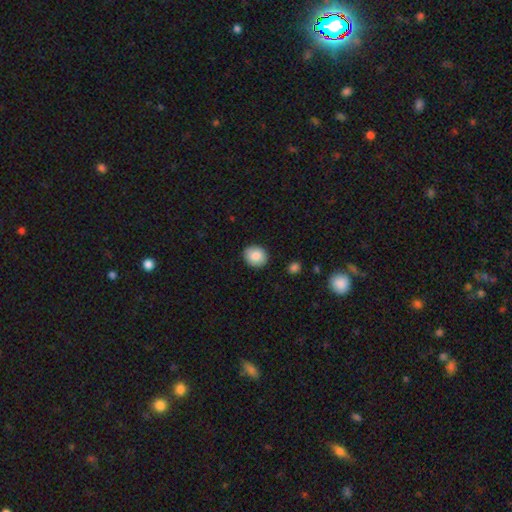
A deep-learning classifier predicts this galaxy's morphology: type=smooth (85%); roundness=round (76%); merging=none (89%).